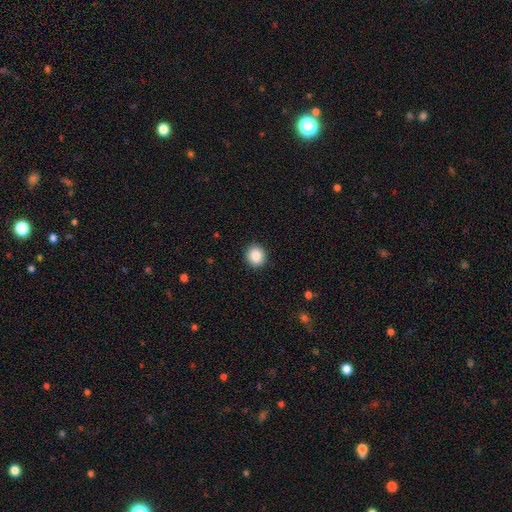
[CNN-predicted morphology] A smooth galaxy with no disk features (88%) that is round (83%).

Vote fractions:
- Smooth or featured? smooth: 88% / star or artifact: 8% / featured or disk: 4%
- How rounded? round: 83% / in between: 17% / cigar-shaped: 1%
- Merging? none: 91% / minor disturbance: 6% / major disturbance: 2% / merger: 1%